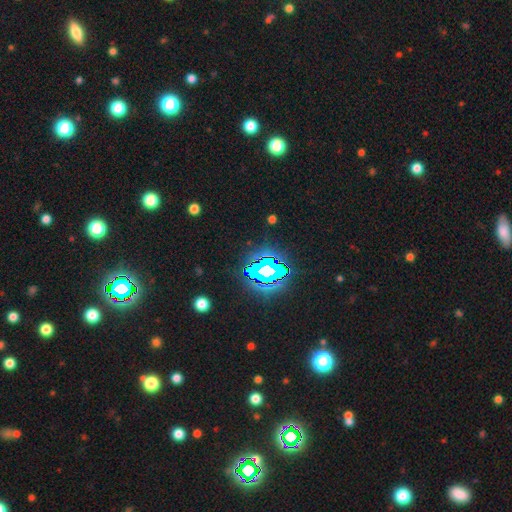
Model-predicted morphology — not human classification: A star or artifact, not a galaxy (81%).